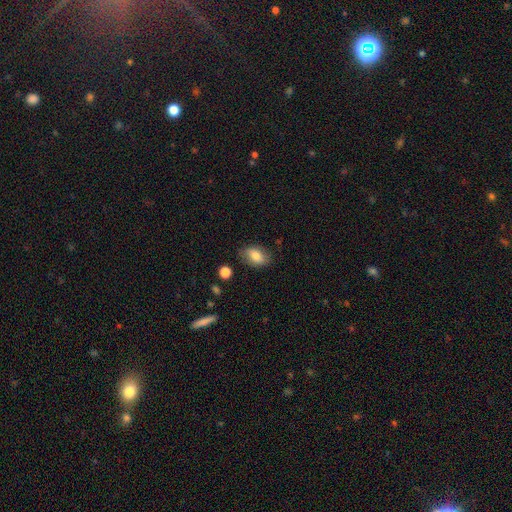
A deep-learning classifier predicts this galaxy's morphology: Smooth or featured? Predicted: smooth (p=0.79). How rounded? Predicted: in between (p=0.87). Merging? Predicted: none (p=0.80).